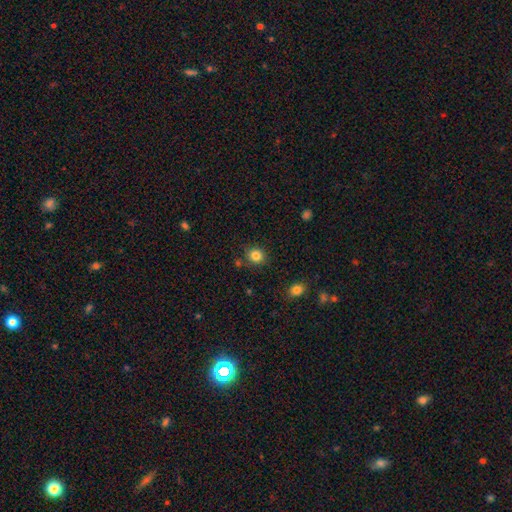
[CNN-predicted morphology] type=smooth (84%); roundness=round (84%); merging=none (83%).